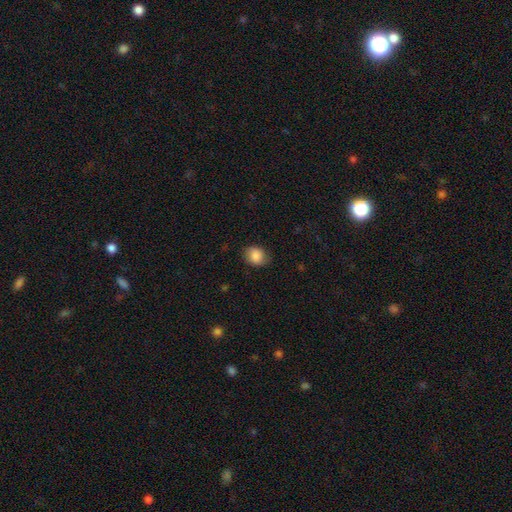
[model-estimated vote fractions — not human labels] Smooth or featured? Predicted: smooth (p=0.85). How rounded? Predicted: round (p=0.61). Merging? Predicted: none (p=0.78).